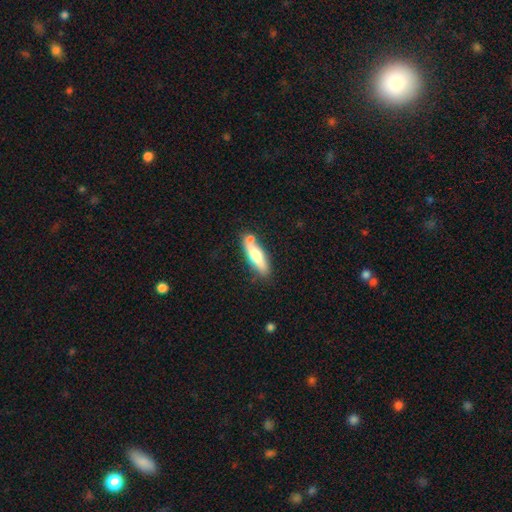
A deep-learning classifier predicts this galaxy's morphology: Smooth or featured? Predicted: smooth (p=0.57). How rounded? Predicted: cigar-shaped (p=0.65). Merging? Predicted: none (p=0.69).